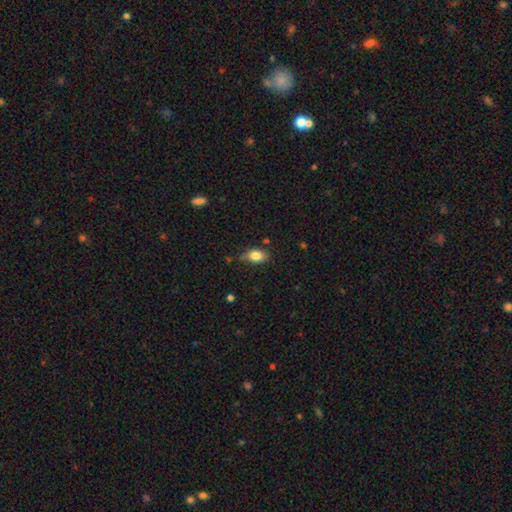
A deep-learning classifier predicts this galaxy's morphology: smooth 81%, featured or disk 10%, star or artifact 9%. Down the decision tree: how rounded — in between (81%); merging — none (66%).